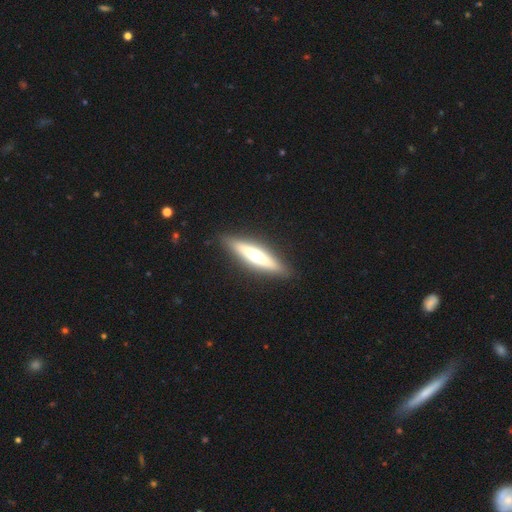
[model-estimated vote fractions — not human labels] This appears to be a featured or disk galaxy (51%) viewed edge-on (89%). Merging: none (89%).